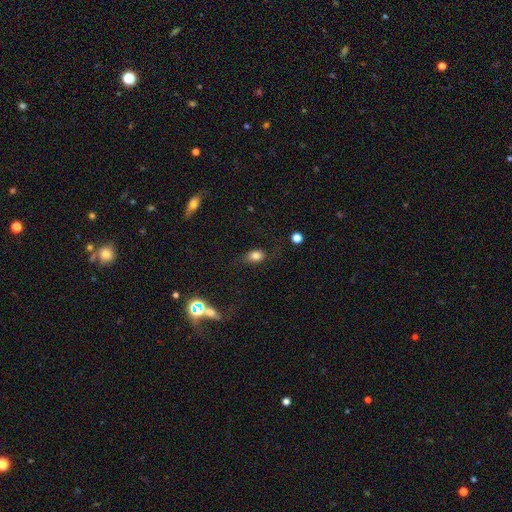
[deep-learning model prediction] Smooth or featured?
  - smooth: 77% *
  - featured or disk: 12%
  - star or artifact: 11%
How rounded?
  - in between: 80% *
  - round: 17%
  - cigar-shaped: 2%
Merging?
  - none: 68% *
  - minor disturbance: 18%
  - major disturbance: 11%
  - merger: 2%